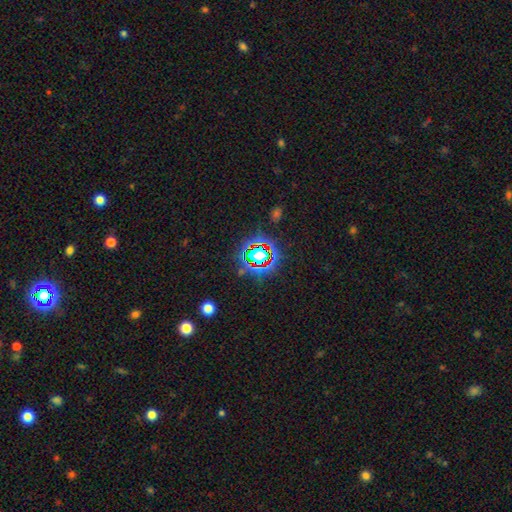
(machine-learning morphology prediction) This is likely a star or artifact rather than a galaxy (67%).